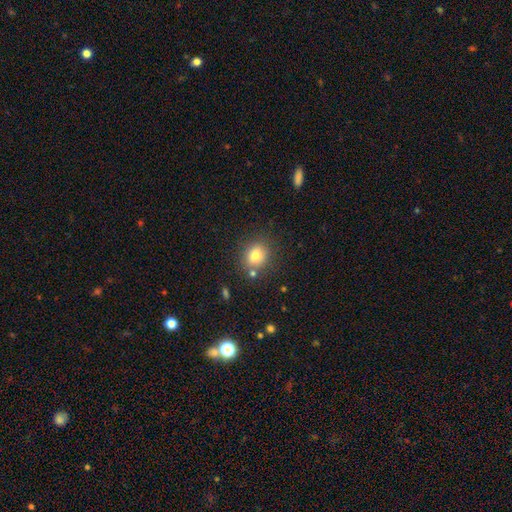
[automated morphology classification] This is likely a smooth galaxy (78%). How rounded: likely round (69%). Merging: likely none (78%).